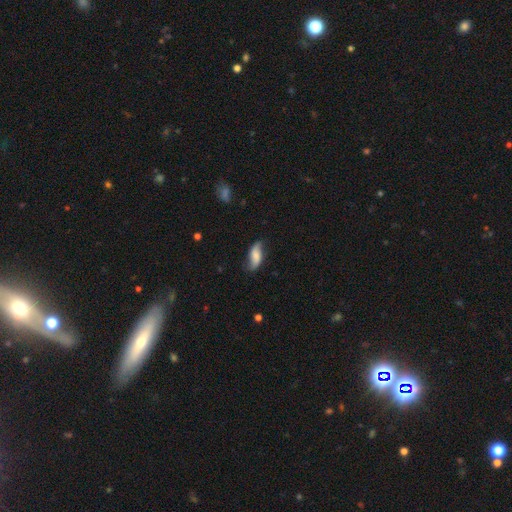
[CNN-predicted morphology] A smooth galaxy with no disk features (51%) that is in between round and cigar-shaped (79%). Merging: none (66%).